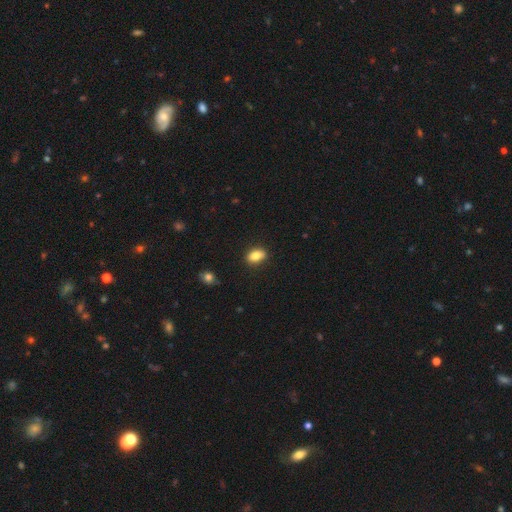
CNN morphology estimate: A smooth galaxy with no disk features (83%) that is in between round and cigar-shaped (82%).

Vote fractions:
- Smooth or featured? smooth: 83% / featured or disk: 9% / star or artifact: 8%
- How rounded? in between: 82% / round: 16% / cigar-shaped: 3%
- Merging? none: 82% / minor disturbance: 14% / major disturbance: 2% / merger: 2%